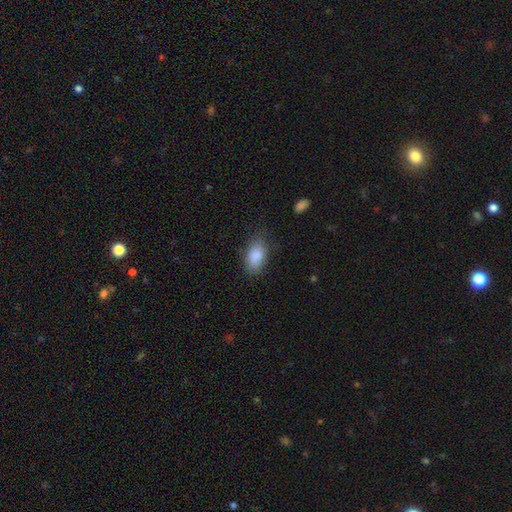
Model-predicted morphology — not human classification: Smooth or featured? smooth (88%)
How rounded? in between (92%)
Merging? none (78%)